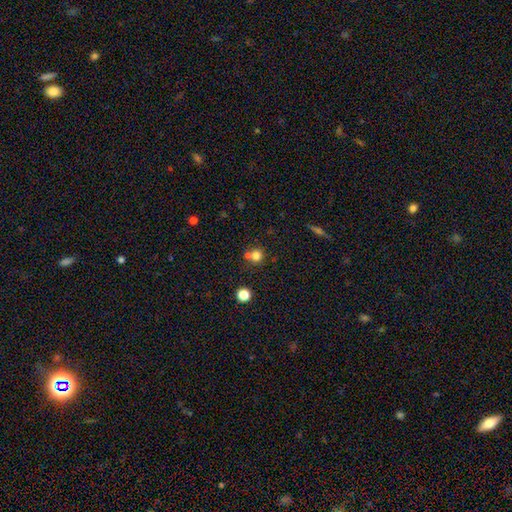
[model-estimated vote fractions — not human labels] A smooth galaxy with no disk features (77%) that is round (89%).

Vote fractions:
- Smooth or featured? smooth: 77% / star or artifact: 14% / featured or disk: 9%
- How rounded? round: 89% / in between: 10% / cigar-shaped: 1%
- Merging? none: 55% / merger: 34% / minor disturbance: 8% / major disturbance: 3%